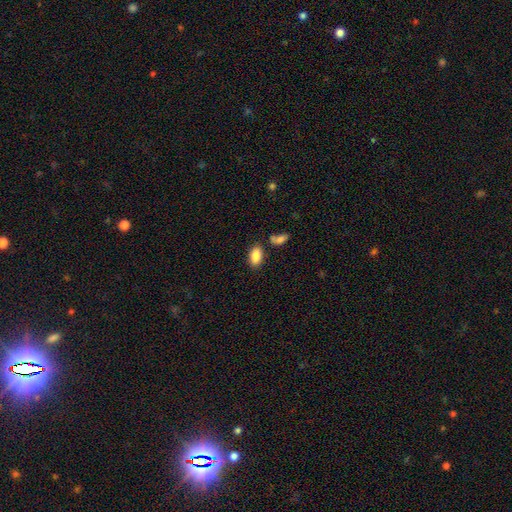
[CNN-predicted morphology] smooth-or-featured: smooth: 87% | star or artifact: 7% | featured or disk: 6%
  how-rounded: in between: 92% | round: 5% | cigar-shaped: 2%
  merging: none: 78% | minor disturbance: 11% | merger: 8% | major disturbance: 3%